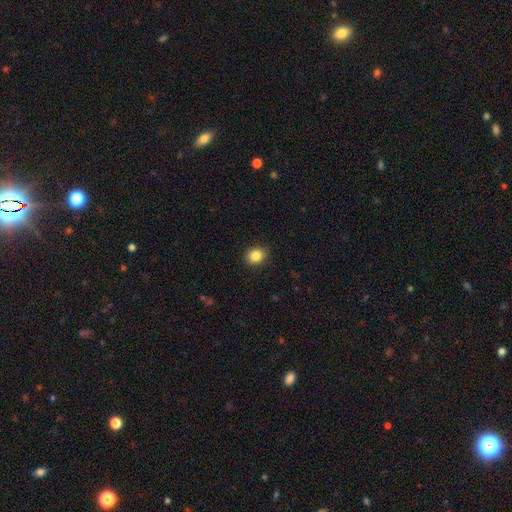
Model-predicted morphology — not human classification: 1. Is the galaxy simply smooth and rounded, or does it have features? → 85% smooth, 10% star or artifact, 5% featured or disk.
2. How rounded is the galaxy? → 69% round, 30% in between, 1% cigar-shaped.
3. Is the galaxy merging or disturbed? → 89% none, 8% minor disturbance, 2% major disturbance, 1% merger.